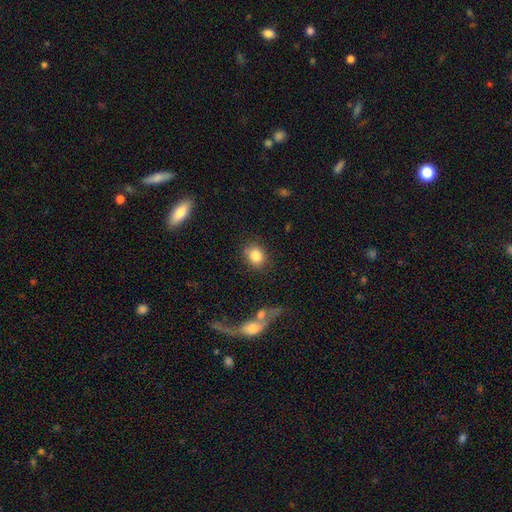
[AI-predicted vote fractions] smooth_or_featured: smooth (p=0.83) [alt: star or artifact p=0.10]
how_rounded: round (p=0.63) [alt: in between p=0.36]
merging: none (p=0.79) [alt: minor disturbance p=0.14]